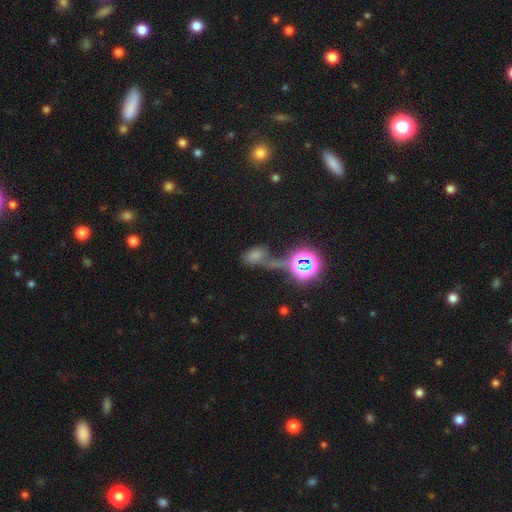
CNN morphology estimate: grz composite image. It shows a smooth galaxy with no disk features (55%) that is in between round and cigar-shaped (80%). Merging: merger (38%).